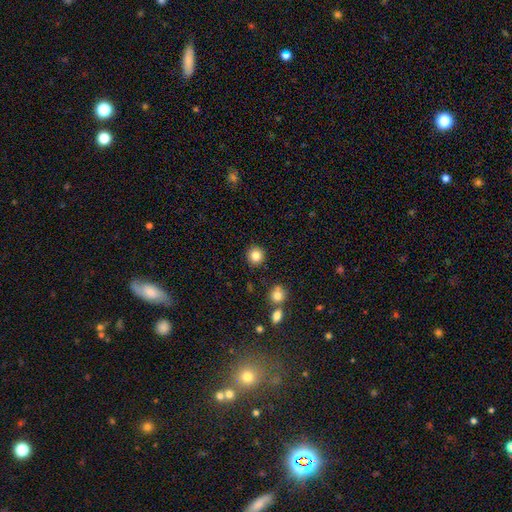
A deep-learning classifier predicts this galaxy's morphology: A smooth galaxy with no disk features (84%) that is round (93%).

Vote fractions:
- Smooth or featured? smooth: 84% / star or artifact: 11% / featured or disk: 6%
- How rounded? round: 93% / in between: 6% / cigar-shaped: 1%
- Merging? none: 90% / minor disturbance: 6% / merger: 2% / major disturbance: 2%